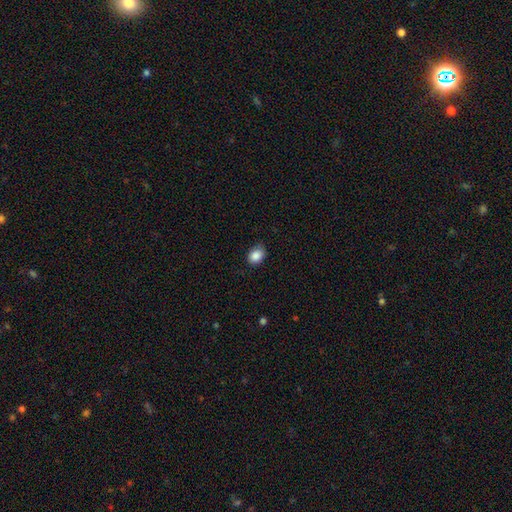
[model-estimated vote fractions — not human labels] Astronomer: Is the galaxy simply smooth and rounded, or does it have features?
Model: smooth — 87%.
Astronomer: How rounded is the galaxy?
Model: in between — 59% (runner-up: round, 40%).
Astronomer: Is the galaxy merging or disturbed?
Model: none — 77%.